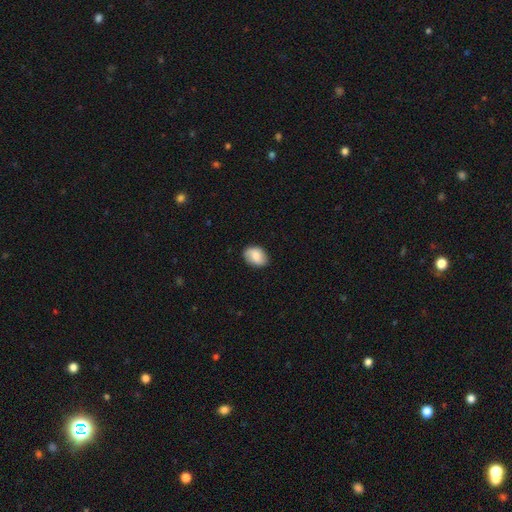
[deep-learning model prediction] smooth-or-featured: smooth: 73% | featured or disk: 19% | star or artifact: 7%
  how-rounded: in between: 74% | round: 25% | cigar-shaped: 1%
  merging: none: 83% | minor disturbance: 13% | major disturbance: 3% | merger: 1%